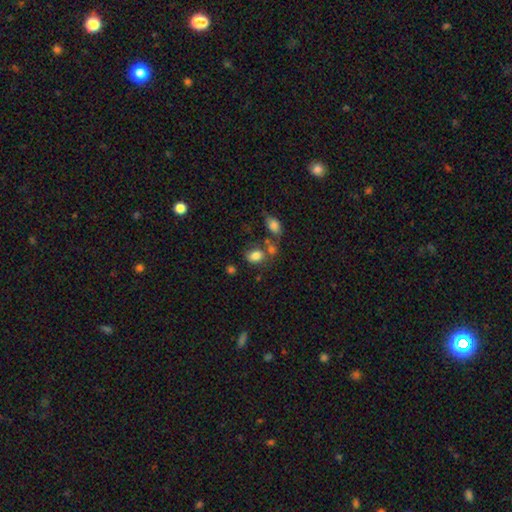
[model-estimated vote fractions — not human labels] Q: Smooth or featured?
A: smooth (80%); runner-up: star or artifact (11%)
Q: How rounded?
A: in between (73%); runner-up: round (26%)
Q: Merging?
A: none (49%); runner-up: merger (27%)